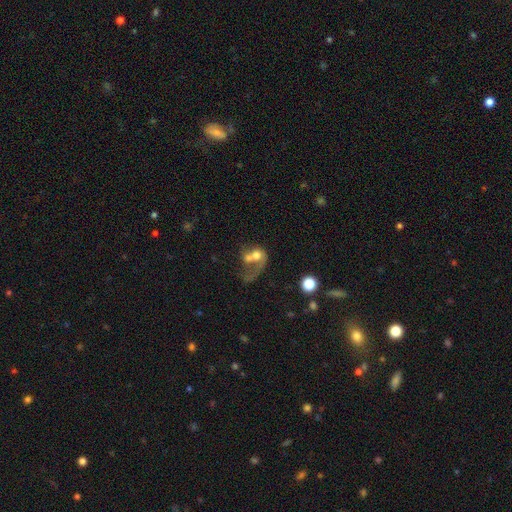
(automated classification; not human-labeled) featured or disk 45%, smooth 44%, star or artifact 11%. Down the decision tree: merging — merger (61%).